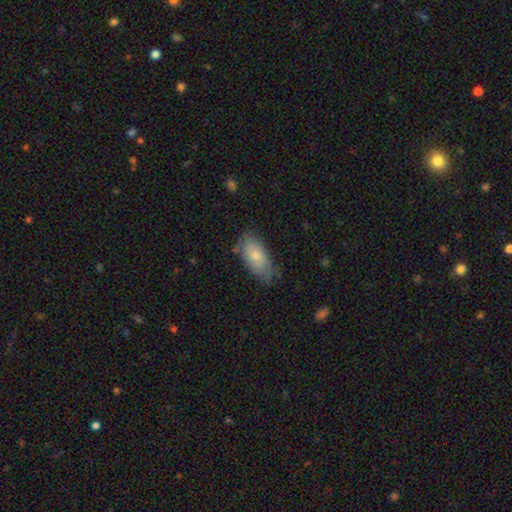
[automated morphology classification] This is likely a smooth galaxy (73%). How rounded: clearly in between (90%). Merging: likely none (64%).